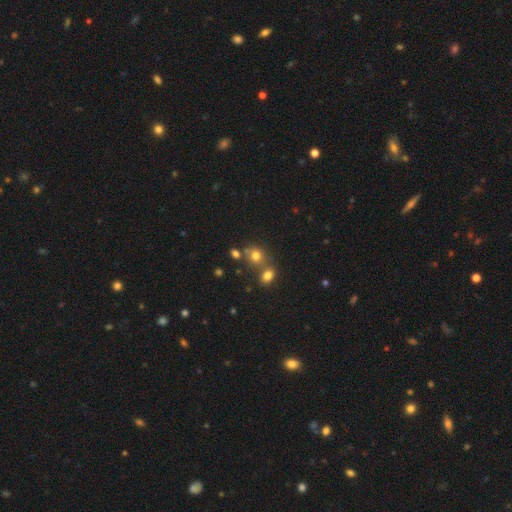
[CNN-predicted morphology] Smooth or featured?
  - smooth: 74% *
  - star or artifact: 17%
  - featured or disk: 10%
How rounded?
  - round: 73% *
  - in between: 26%
  - cigar-shaped: 1%
Merging?
  - none: 53% *
  - merger: 32%
  - minor disturbance: 11%
  - major disturbance: 4%